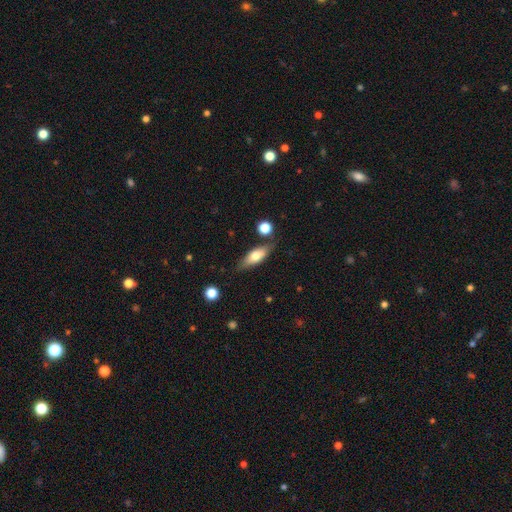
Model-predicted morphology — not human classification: Q: Smooth or featured?
A: smooth (62%); runner-up: featured or disk (31%)
Q: How rounded?
A: in between (63%); runner-up: cigar-shaped (33%)
Q: Merging?
A: none (76%); runner-up: minor disturbance (15%)